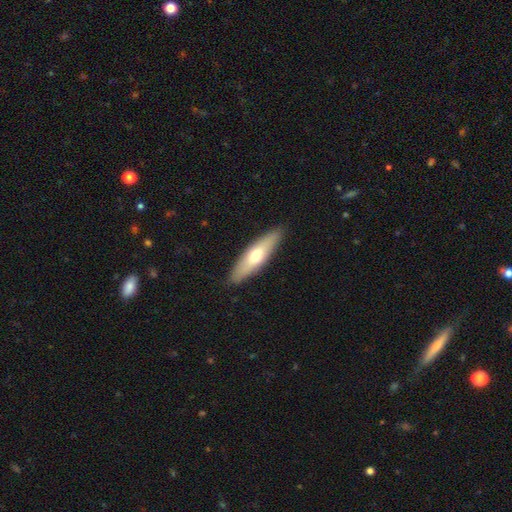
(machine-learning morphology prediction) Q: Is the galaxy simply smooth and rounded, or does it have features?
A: smooth — 58%.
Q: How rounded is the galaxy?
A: cigar-shaped — 65%.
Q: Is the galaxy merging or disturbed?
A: none — 88%.